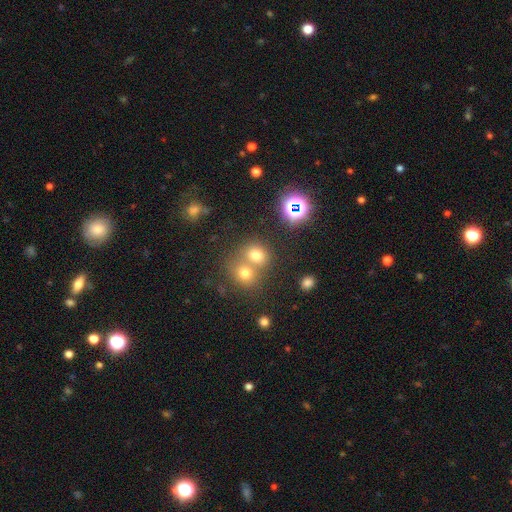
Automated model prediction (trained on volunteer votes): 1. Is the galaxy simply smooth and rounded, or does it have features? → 67% smooth, 22% star or artifact, 11% featured or disk.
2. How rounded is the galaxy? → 76% round, 23% in between, 1% cigar-shaped.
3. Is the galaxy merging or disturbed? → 48% merger, 43% none, 6% minor disturbance, 3% major disturbance.